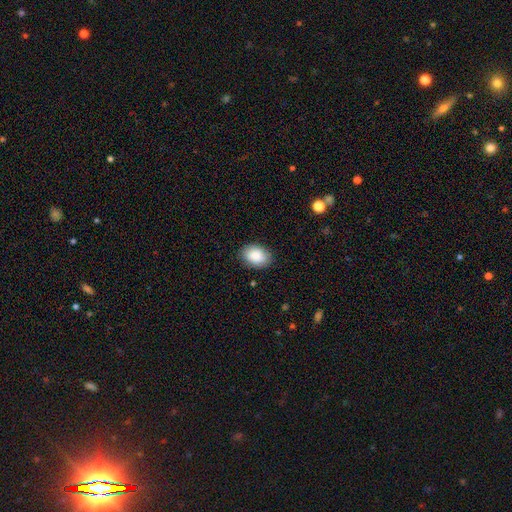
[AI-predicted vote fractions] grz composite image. It shows a smooth galaxy with no disk features (89%) that is in between round and cigar-shaped (82%). Merging: none (86%).